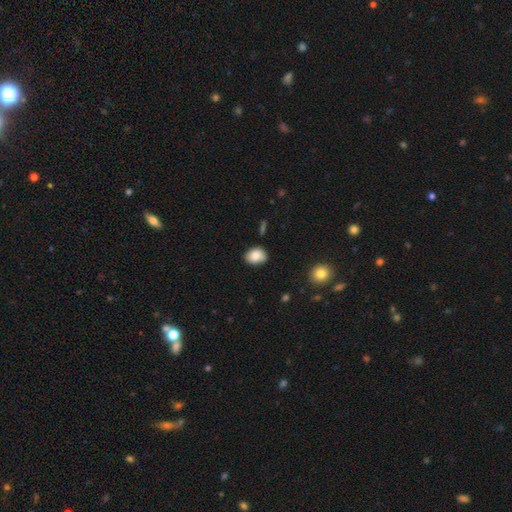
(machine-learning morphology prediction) Overall: smooth (84%). How rounded: in between (55%; round 44%). Merging: none (74%).